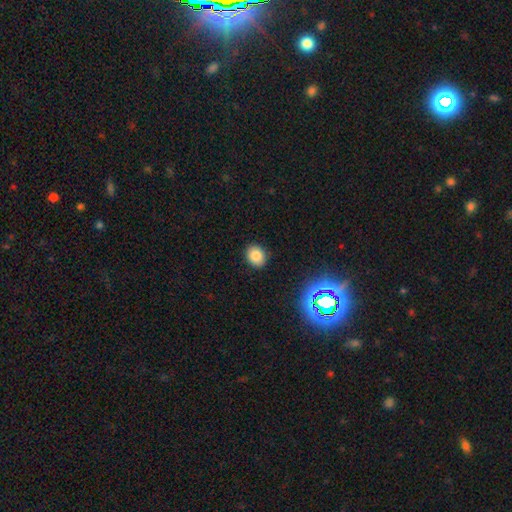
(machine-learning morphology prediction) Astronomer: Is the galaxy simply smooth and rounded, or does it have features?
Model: smooth — 81%.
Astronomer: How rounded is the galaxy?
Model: round — 56% (runner-up: in between, 43%).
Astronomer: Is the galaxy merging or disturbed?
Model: none — 89%.